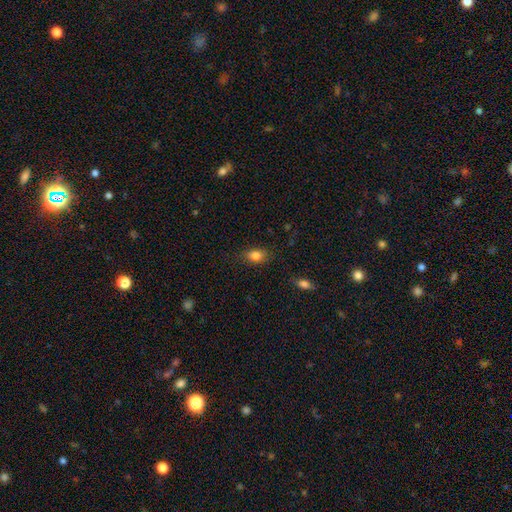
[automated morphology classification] smooth 83%, star or artifact 9%, featured or disk 7%. Down the decision tree: how rounded — in between (79%); merging — none (81%).